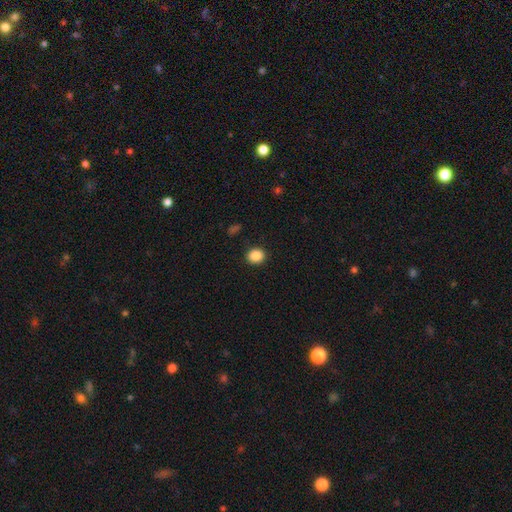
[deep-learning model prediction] Smooth or featured?
  - smooth: 88% *
  - star or artifact: 9%
  - featured or disk: 3%
How rounded?
  - round: 75% *
  - in between: 24%
  - cigar-shaped: 1%
Merging?
  - none: 90% *
  - minor disturbance: 7%
  - major disturbance: 2%
  - merger: 1%